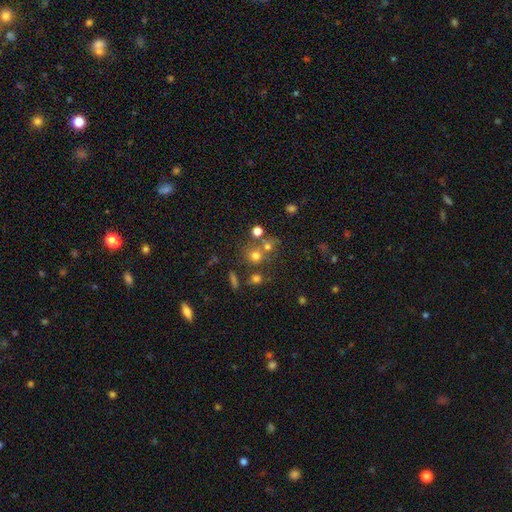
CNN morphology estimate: A smooth galaxy with no disk features (66%) that is round (87%).

Vote fractions:
- Smooth or featured? smooth: 66% / star or artifact: 21% / featured or disk: 13%
- How rounded? round: 87% / in between: 12% / cigar-shaped: 1%
- Merging? none: 58% / merger: 28% / minor disturbance: 9% / major disturbance: 5%